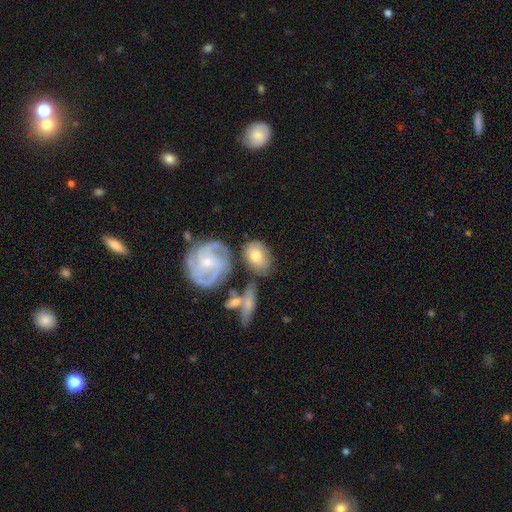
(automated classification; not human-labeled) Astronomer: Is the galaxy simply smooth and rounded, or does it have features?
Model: smooth — 54% (runner-up: featured or disk, 39%).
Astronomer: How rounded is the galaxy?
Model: in between — 73%.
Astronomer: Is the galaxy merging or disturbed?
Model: none — 59%.